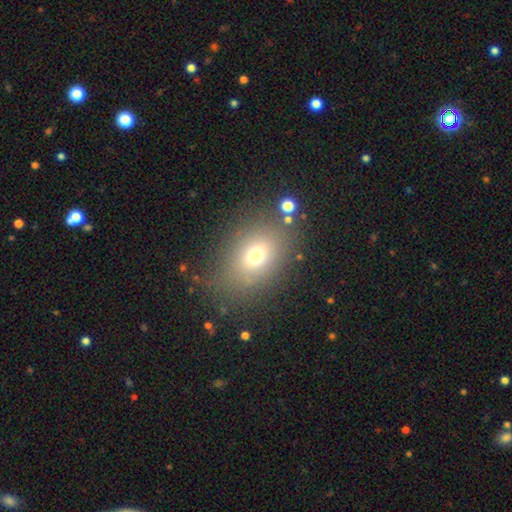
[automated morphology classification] type=smooth (68%); roundness=in between (68%); merging=none (75%).